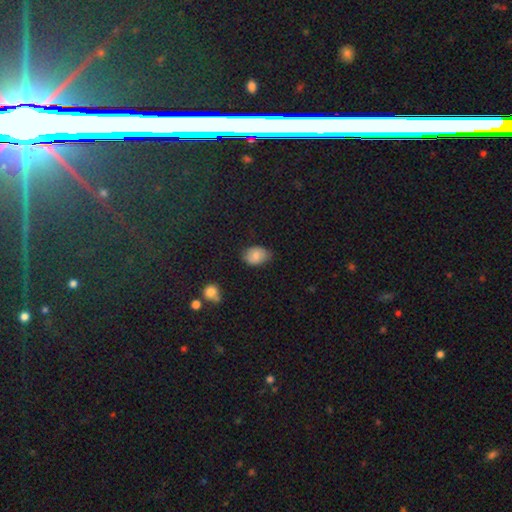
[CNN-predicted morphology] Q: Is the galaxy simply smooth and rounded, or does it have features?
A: smooth — 79%.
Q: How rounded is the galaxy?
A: in between — 76%.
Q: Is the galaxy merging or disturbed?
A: none — 69%.